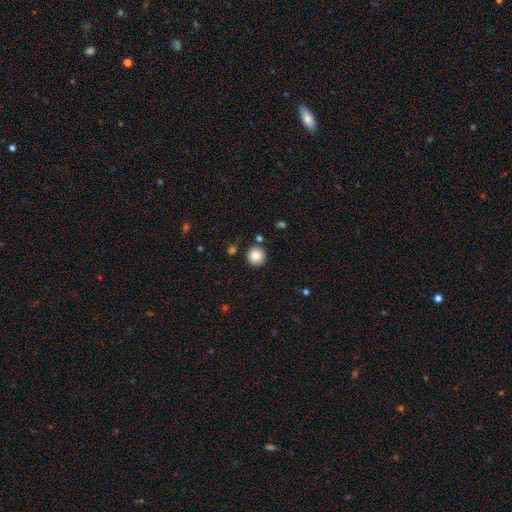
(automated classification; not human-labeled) smooth 87%, star or artifact 9%, featured or disk 4%. Down the decision tree: how rounded — round (94%); merging — none (87%).